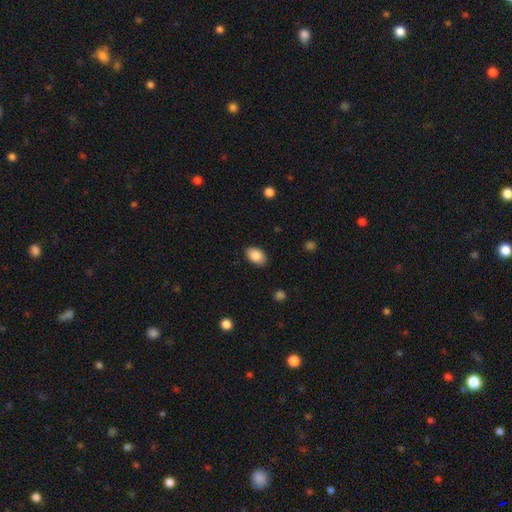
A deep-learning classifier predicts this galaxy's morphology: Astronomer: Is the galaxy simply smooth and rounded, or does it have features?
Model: smooth — 86%.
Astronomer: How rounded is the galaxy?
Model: in between — 87%.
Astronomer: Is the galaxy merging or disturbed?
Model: none — 85%.